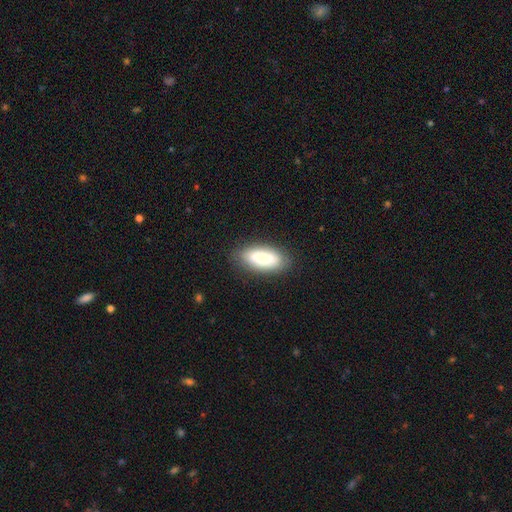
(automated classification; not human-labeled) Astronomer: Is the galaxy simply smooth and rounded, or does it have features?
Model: smooth — 69%.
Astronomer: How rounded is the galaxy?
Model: in between — 89%.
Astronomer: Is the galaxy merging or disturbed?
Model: none — 84%.